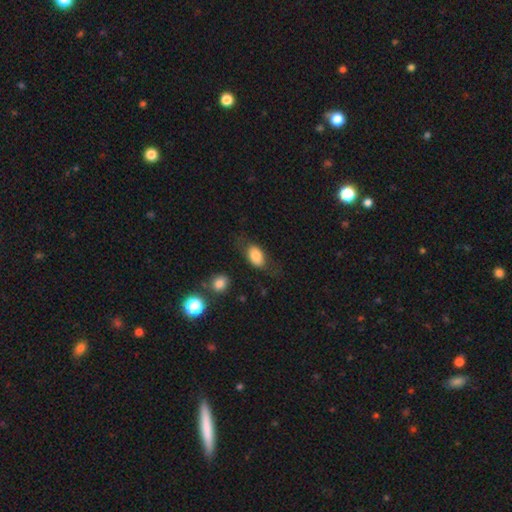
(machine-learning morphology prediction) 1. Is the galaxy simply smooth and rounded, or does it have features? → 79% smooth, 13% featured or disk, 8% star or artifact.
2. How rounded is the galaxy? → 88% in between, 9% round, 3% cigar-shaped.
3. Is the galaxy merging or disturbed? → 67% none, 19% minor disturbance, 12% major disturbance, 3% merger.